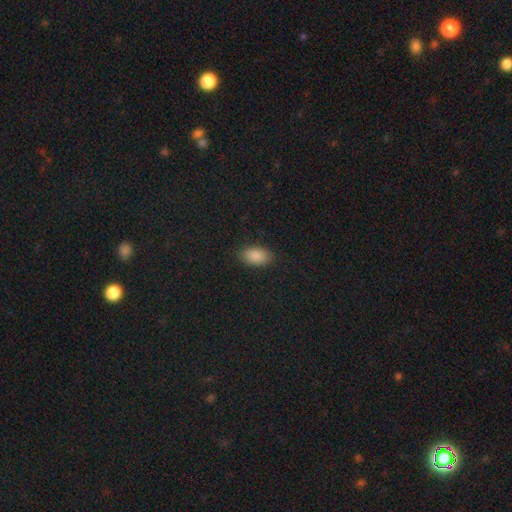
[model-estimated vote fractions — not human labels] Morphology: type=smooth (89%); roundness=in between (93%); merging=none (87%).